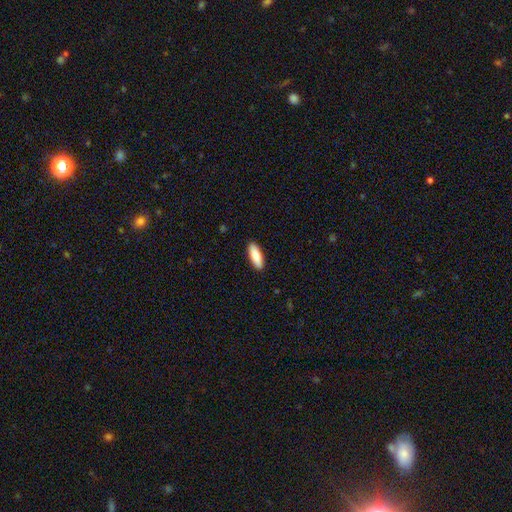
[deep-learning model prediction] This is clearly a smooth galaxy (87%). How rounded: possibly in between (59%). Merging: clearly none (90%).